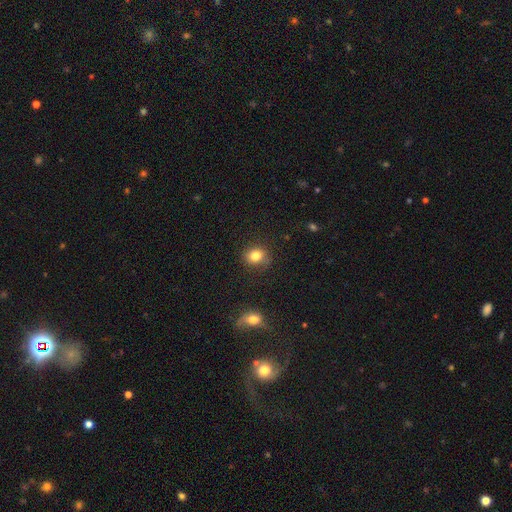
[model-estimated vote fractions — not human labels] smooth_or_featured: smooth (p=0.82) [alt: star or artifact p=0.11]
how_rounded: round (p=0.69) [alt: in between p=0.30]
merging: none (p=0.78) [alt: minor disturbance p=0.15]